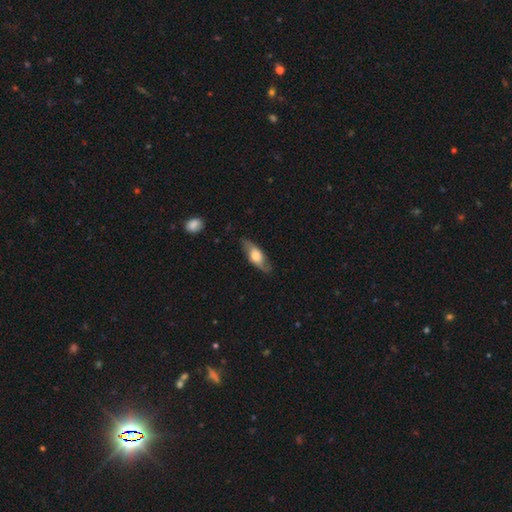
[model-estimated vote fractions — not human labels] Smooth or featured: featured or disk — 48% (smooth — 46%)
Merging: none — 79% (minor disturbance — 15%)